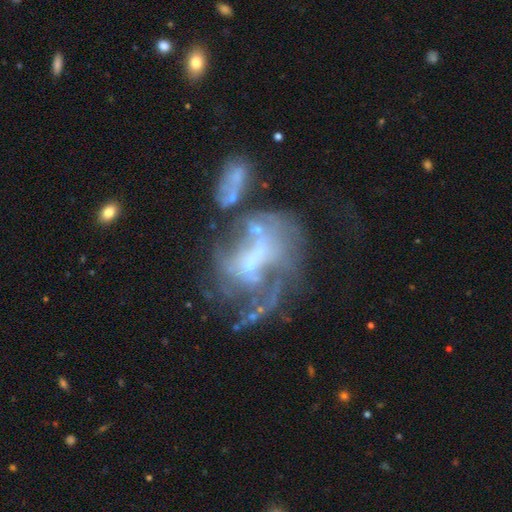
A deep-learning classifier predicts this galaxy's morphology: smooth-or-featured: featured or disk: 74% | smooth: 13% | star or artifact: 13%
  disk-edge-on: no: 97% | yes: 3%
    bar: no: 56% | weak: 31% | strong: 12%
    has-spiral-arms: yes: 55% | no: 45%
    bulge-size: small: 44% | none: 31% | moderate: 20% | large: 3% | dominant: 2%
  merging: major disturbance: 35% | merger: 28% | none: 25% | minor disturbance: 13%